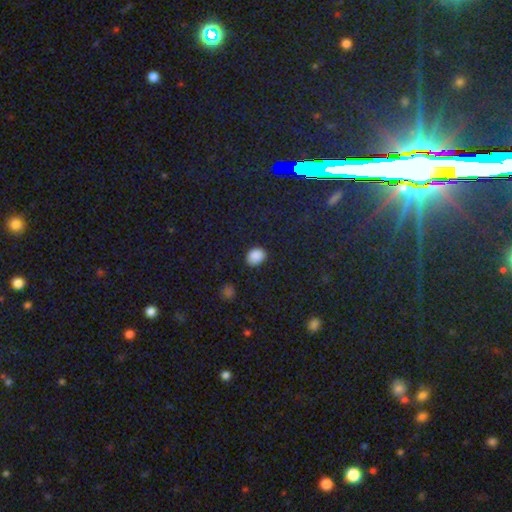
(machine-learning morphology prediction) Smooth or featured? smooth (86%)
How rounded? in between (53%)
Merging? none (83%)